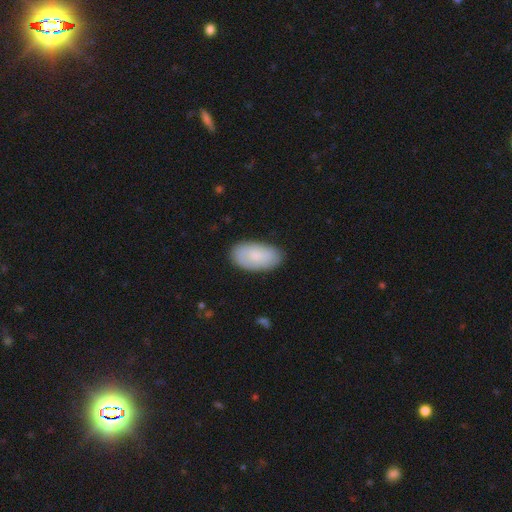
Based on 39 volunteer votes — Smooth or featured: smooth — 74% (featured or disk — 18%)
How rounded: in between — 100%
Merging: none — 78% (minor disturbance — 19%)